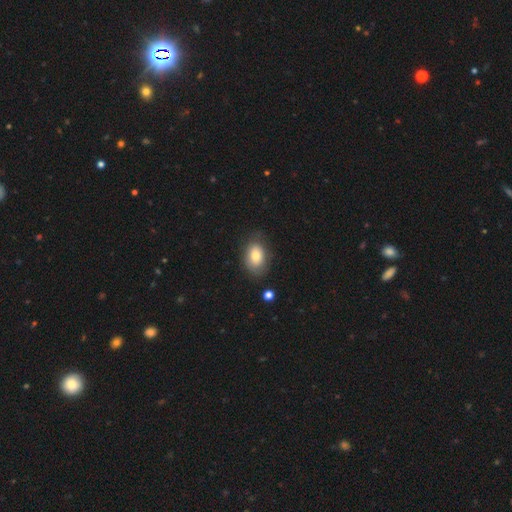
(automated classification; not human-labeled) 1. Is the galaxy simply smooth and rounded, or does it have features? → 74% smooth, 18% featured or disk, 8% star or artifact.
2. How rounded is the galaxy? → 80% in between, 19% round, 1% cigar-shaped.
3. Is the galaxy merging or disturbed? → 74% none, 19% minor disturbance, 5% major disturbance, 2% merger.